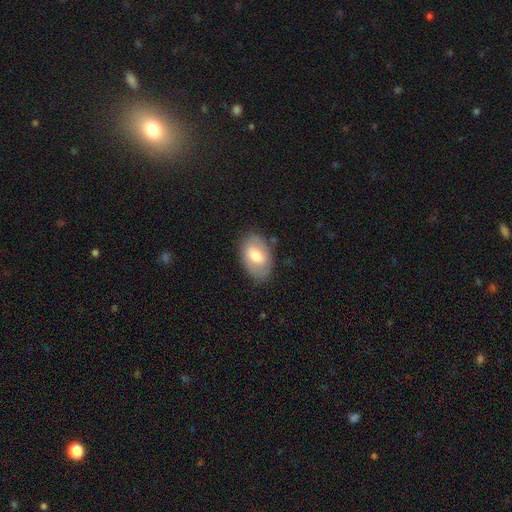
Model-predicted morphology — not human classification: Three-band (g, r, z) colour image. It shows a smooth galaxy with no disk features (60%) that is in between round and cigar-shaped (88%). Merging: none (79%).